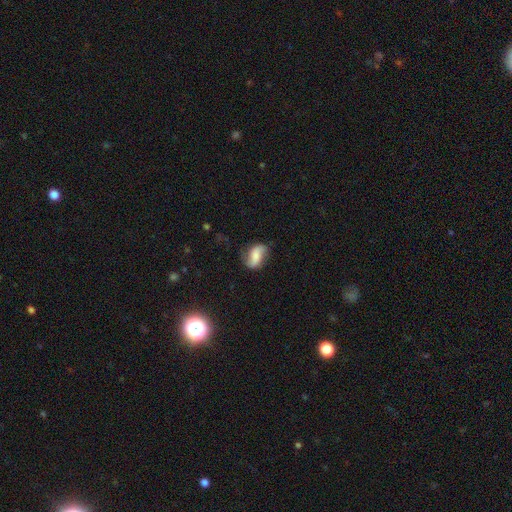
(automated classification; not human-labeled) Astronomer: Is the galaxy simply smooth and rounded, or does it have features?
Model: featured or disk — 48% (runner-up: smooth, 43%).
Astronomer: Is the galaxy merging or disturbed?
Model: none — 62%.